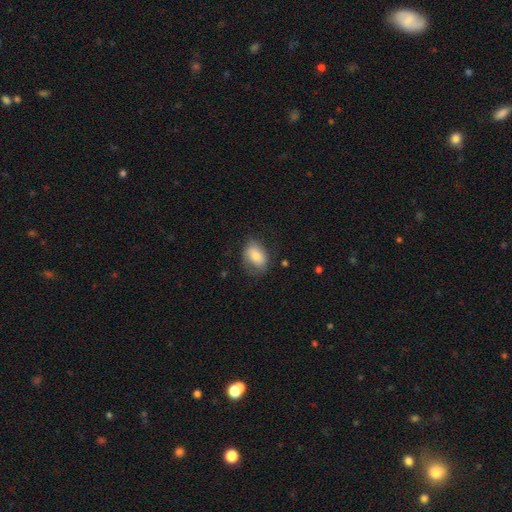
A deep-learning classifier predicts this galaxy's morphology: Smooth or featured? smooth (75%)
How rounded? in between (81%)
Merging? none (62%)